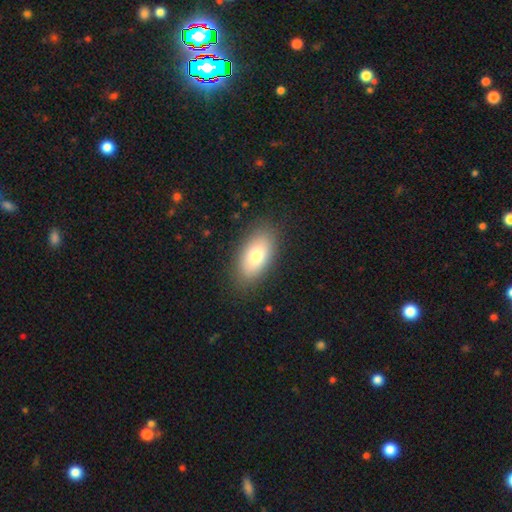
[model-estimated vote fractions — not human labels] Smooth or featured: smooth — 77% (featured or disk — 16%)
How rounded: in between — 92% (cigar-shaped — 4%)
Merging: none — 87% (minor disturbance — 10%)